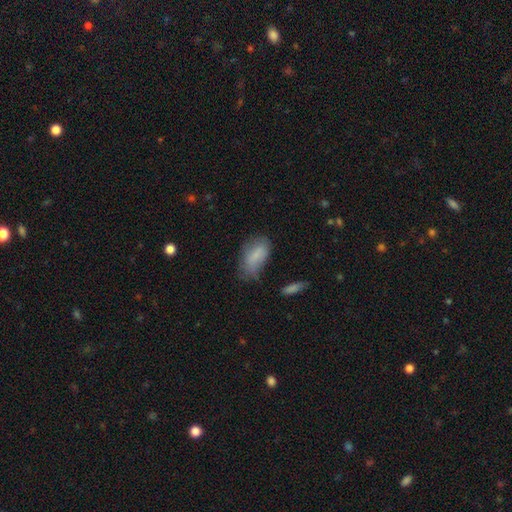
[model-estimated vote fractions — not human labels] Q: Smooth or featured?
A: smooth (78%); runner-up: featured or disk (15%)
Q: How rounded?
A: in between (90%); runner-up: cigar-shaped (6%)
Q: Merging?
A: none (53%); runner-up: minor disturbance (32%)